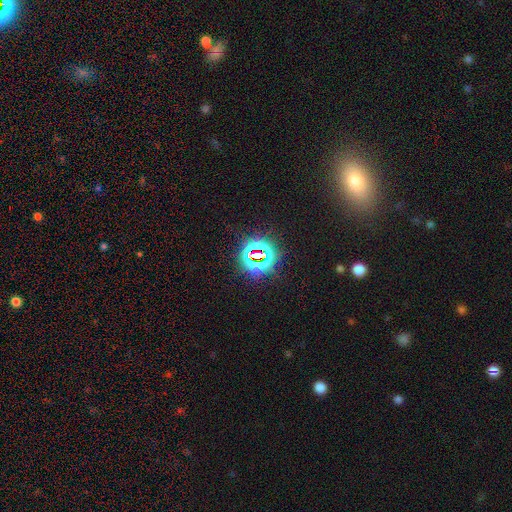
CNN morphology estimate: smooth-or-featured: star or artifact: 78% | smooth: 14% | featured or disk: 8%